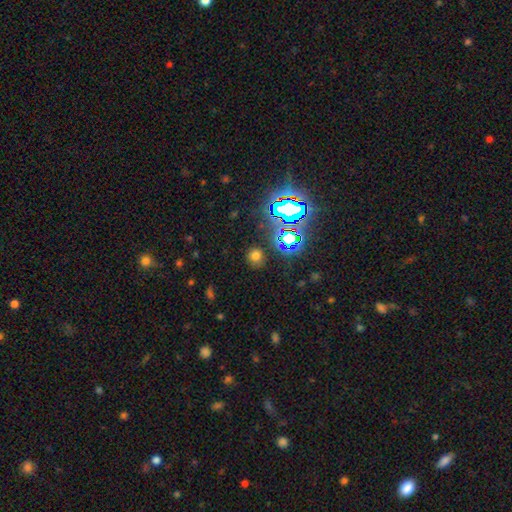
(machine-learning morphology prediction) Smooth or featured: smooth — 62% (star or artifact — 31%)
How rounded: round — 84% (in between — 15%)
Merging: none — 85% (minor disturbance — 9%)